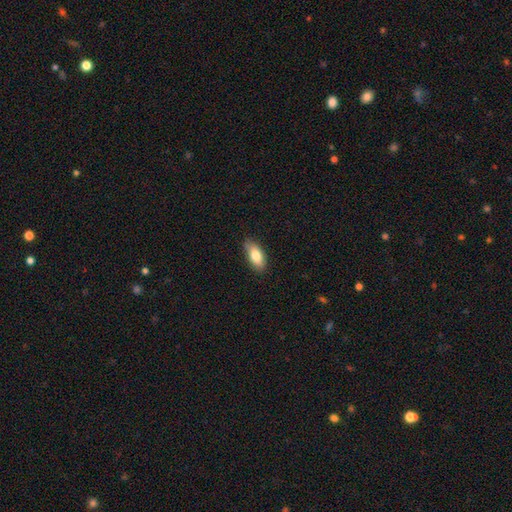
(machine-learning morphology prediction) Q: Smooth or featured?
A: smooth (81%); runner-up: featured or disk (13%)
Q: How rounded?
A: in between (87%); runner-up: cigar-shaped (10%)
Q: Merging?
A: none (80%); runner-up: minor disturbance (16%)